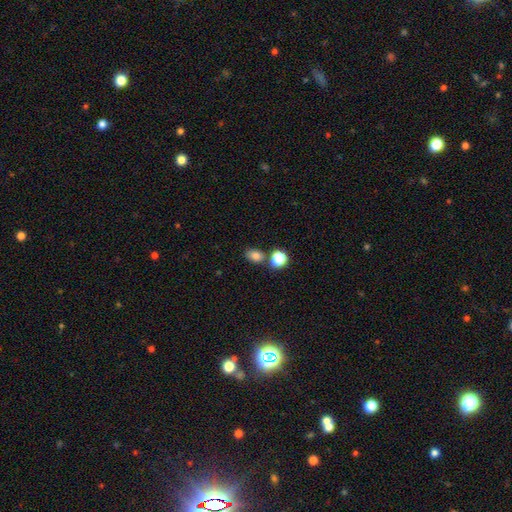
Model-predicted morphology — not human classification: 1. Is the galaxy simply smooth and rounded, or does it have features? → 80% smooth, 14% star or artifact, 6% featured or disk.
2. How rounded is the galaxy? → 65% in between, 34% round, 1% cigar-shaped.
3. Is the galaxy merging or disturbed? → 69% none, 16% merger, 11% minor disturbance, 3% major disturbance.